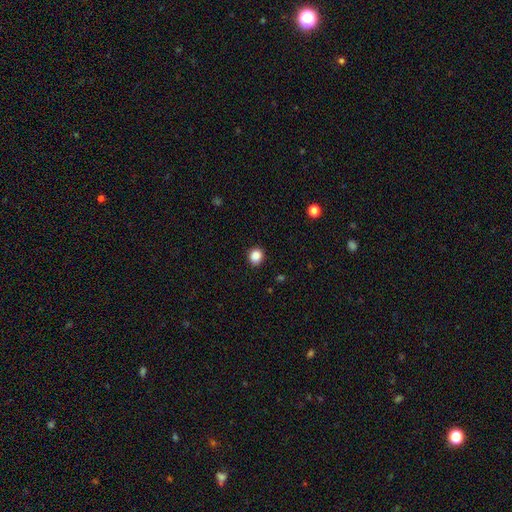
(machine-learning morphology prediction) Smooth or featured? smooth (87%)
How rounded? round (78%)
Merging? none (90%)